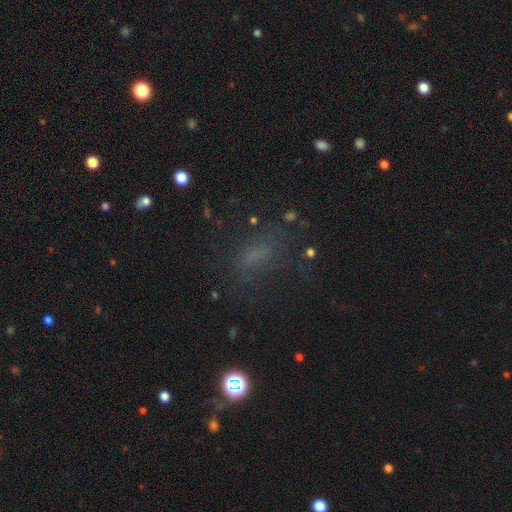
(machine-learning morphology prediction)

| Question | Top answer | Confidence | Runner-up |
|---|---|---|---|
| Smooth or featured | smooth | 51% | star or artifact (28%) |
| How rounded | in between | 64% | cigar-shaped (24%) |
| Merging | none | 60% | major disturbance (19%) |